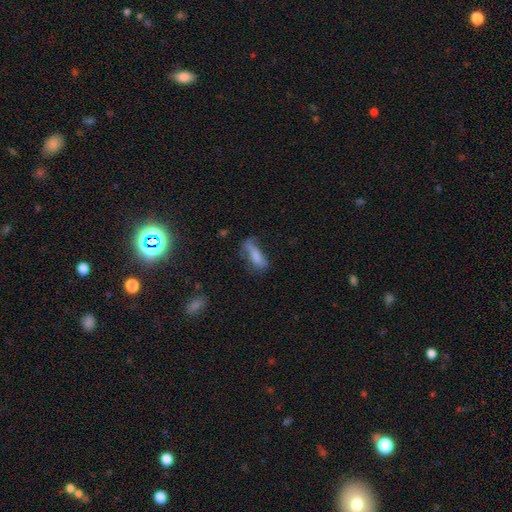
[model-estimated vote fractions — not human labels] smooth-or-featured: smooth: 70% | featured or disk: 21% | star or artifact: 10%
  how-rounded: in between: 53% | cigar-shaped: 44% | round: 3%
  merging: none: 37% | minor disturbance: 28% | major disturbance: 27% | merger: 7%